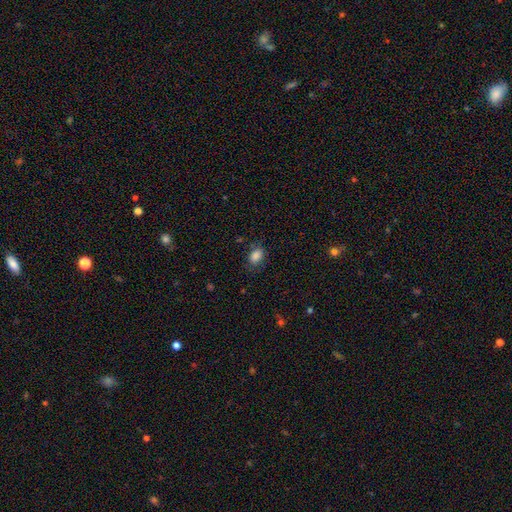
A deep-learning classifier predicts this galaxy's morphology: smooth_or_featured: smooth (p=0.85) [alt: star or artifact p=0.09]
how_rounded: in between (p=0.79) [alt: round p=0.20]
merging: none (p=0.74) [alt: minor disturbance p=0.18]